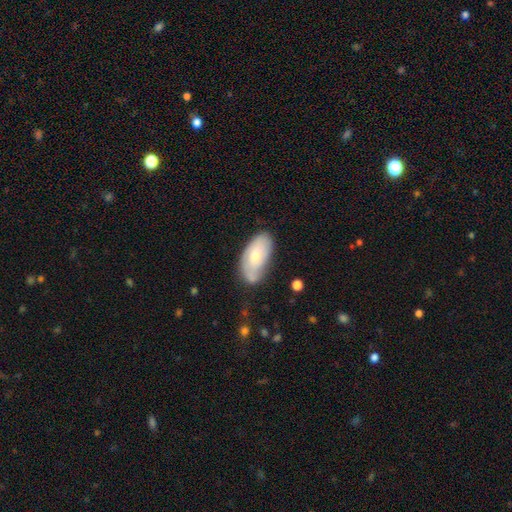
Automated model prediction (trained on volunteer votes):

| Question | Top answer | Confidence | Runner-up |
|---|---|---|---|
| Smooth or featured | smooth | 62% | featured or disk (31%) |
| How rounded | in between | 93% | cigar-shaped (4%) |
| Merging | none | 55% | minor disturbance (29%) |